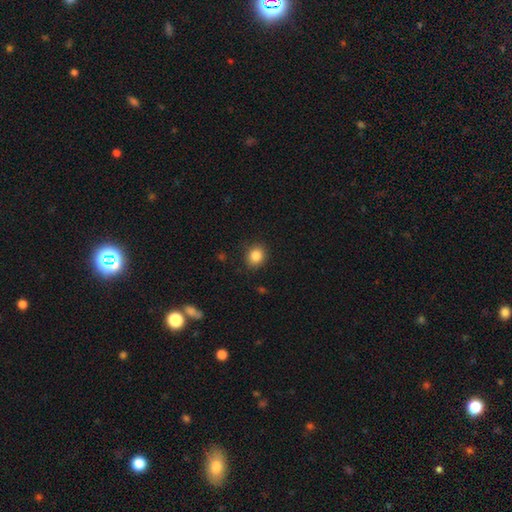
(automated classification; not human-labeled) This appears to be a smooth galaxy with no disk features (85%) that is round (65%). Merging: none (88%).